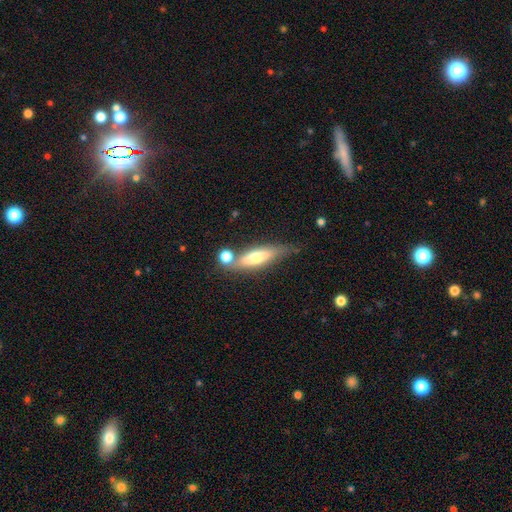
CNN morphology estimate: Smooth or featured? Predicted: smooth (p=0.54). How rounded? Predicted: cigar-shaped (p=0.65). Merging? Predicted: none (p=0.58).